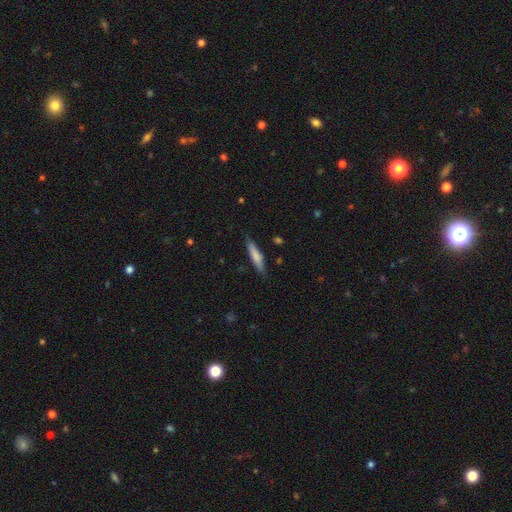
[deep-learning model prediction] Smooth or featured: smooth — 71% (featured or disk — 23%)
How rounded: cigar-shaped — 88% (in between — 10%)
Merging: none — 84% (minor disturbance — 12%)